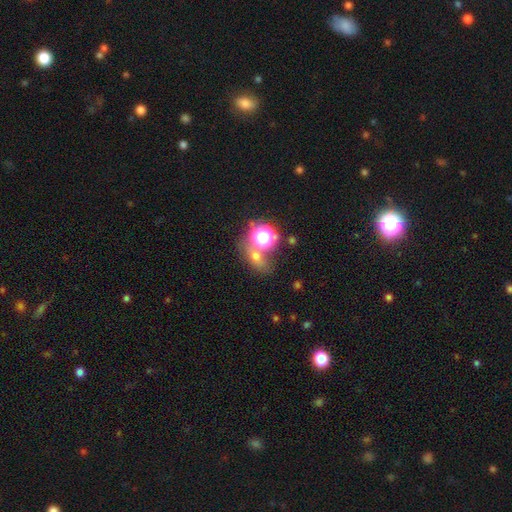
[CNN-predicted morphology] A smooth galaxy with no disk features (55%) that is round (54%). Merging: none (52%).